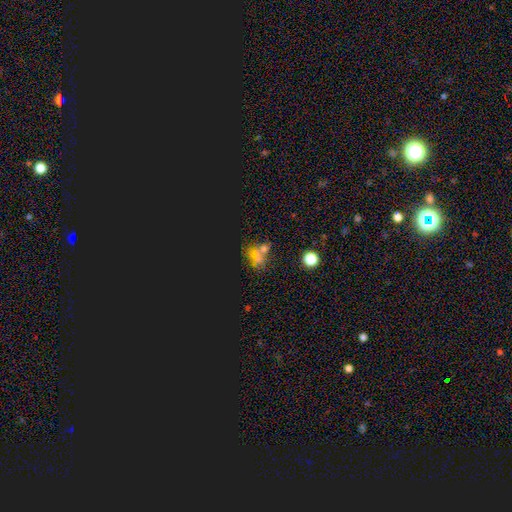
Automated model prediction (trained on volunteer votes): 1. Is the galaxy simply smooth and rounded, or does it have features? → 54% star or artifact, 32% smooth, 14% featured or disk.